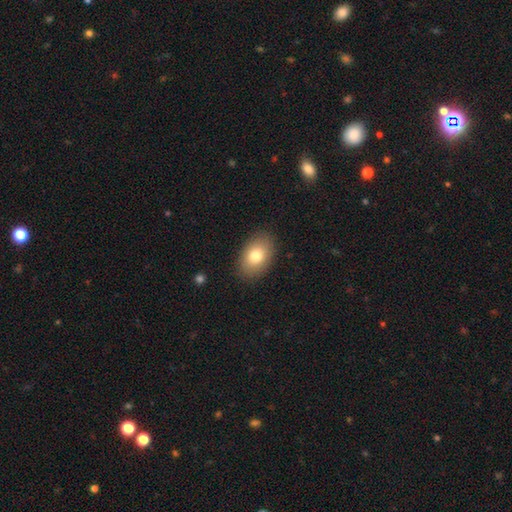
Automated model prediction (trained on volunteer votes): smooth_or_featured: smooth (p=0.78) [alt: featured or disk p=0.14]
how_rounded: in between (p=0.86) [alt: round p=0.12]
merging: none (p=0.87) [alt: minor disturbance p=0.09]